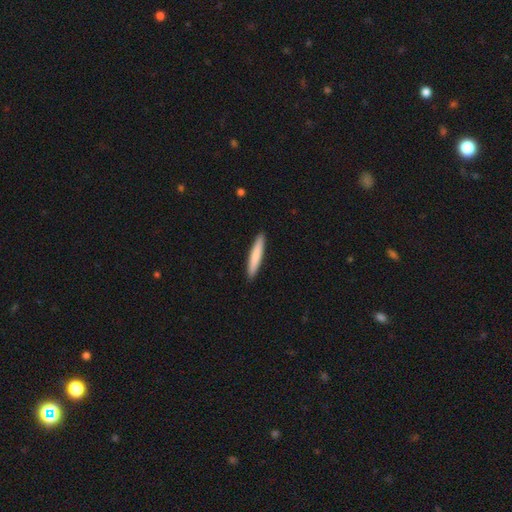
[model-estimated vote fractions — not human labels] The model was most divided on "smooth or featured": smooth: 79%, featured or disk: 16%, star or artifact: 5%. More confident: how rounded — cigar-shaped (93%); merging — none (92%).